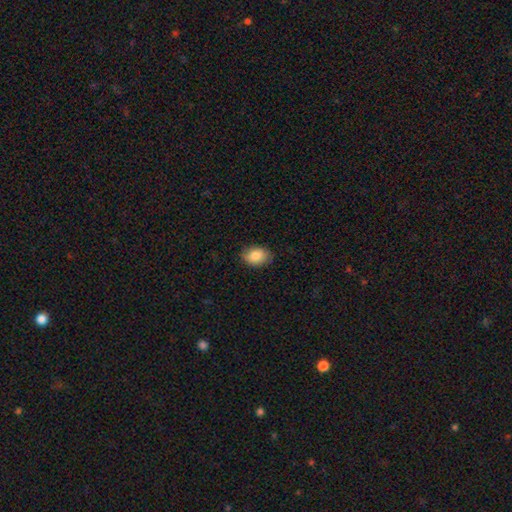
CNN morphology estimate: A smooth galaxy with no disk features (86%) that is in between round and cigar-shaped (77%). Merging: none (84%).